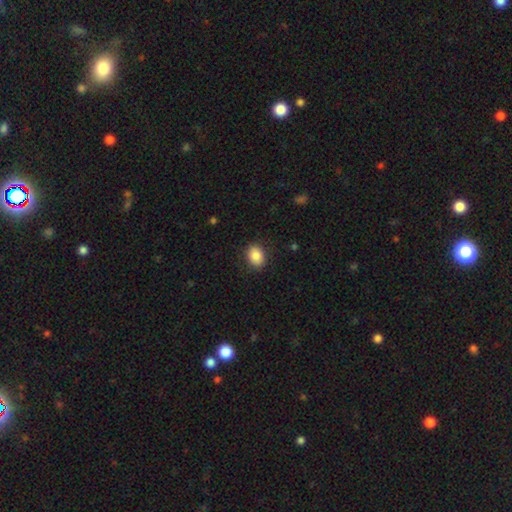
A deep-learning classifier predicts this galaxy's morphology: smooth_or_featured: smooth (p=0.86) [alt: star or artifact p=0.08]
how_rounded: in between (p=0.67) [alt: round p=0.32]
merging: none (p=0.87) [alt: minor disturbance p=0.09]